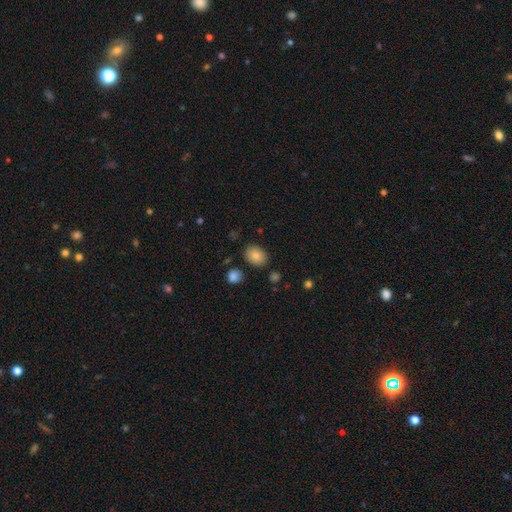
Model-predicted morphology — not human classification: The model was most divided on "how rounded": in between: 62%, round: 37%, cigar-shaped: 1%. More confident: smooth or featured — smooth (85%); merging — none (83%).